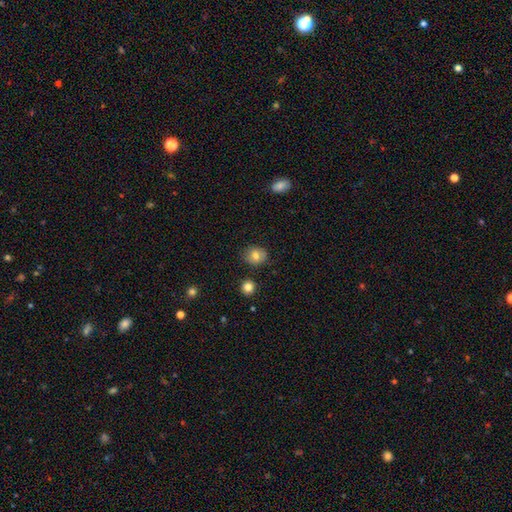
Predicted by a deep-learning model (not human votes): Q: Smooth or featured?
A: smooth (79%); runner-up: featured or disk (11%)
Q: How rounded?
A: round (64%); runner-up: in between (35%)
Q: Merging?
A: none (84%); runner-up: minor disturbance (11%)